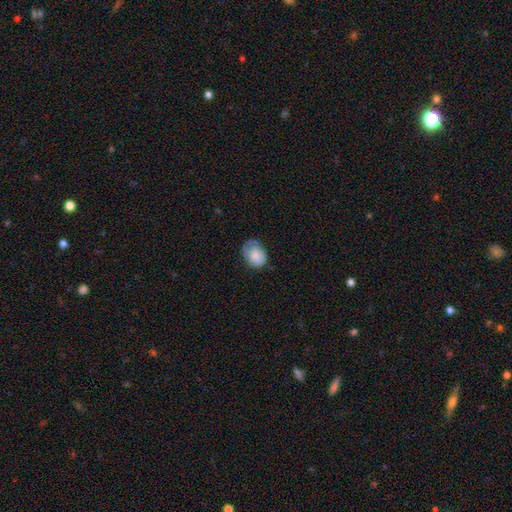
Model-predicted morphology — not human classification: type=smooth (79%); roundness=in between (72%); merging=none (52%).